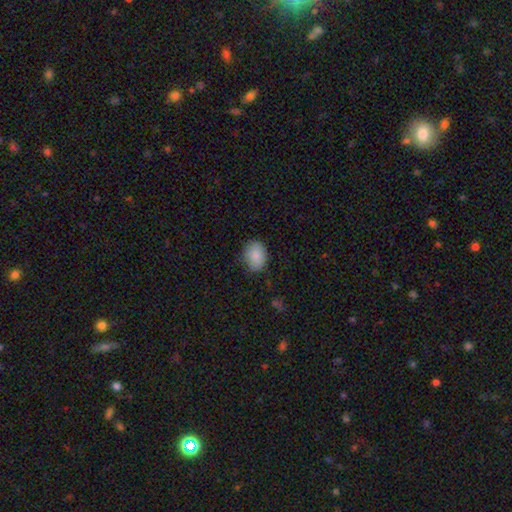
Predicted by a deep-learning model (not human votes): smooth_or_featured: smooth (p=0.87) [alt: star or artifact p=0.08]
how_rounded: in between (p=0.65) [alt: round p=0.34]
merging: none (p=0.80) [alt: minor disturbance p=0.16]